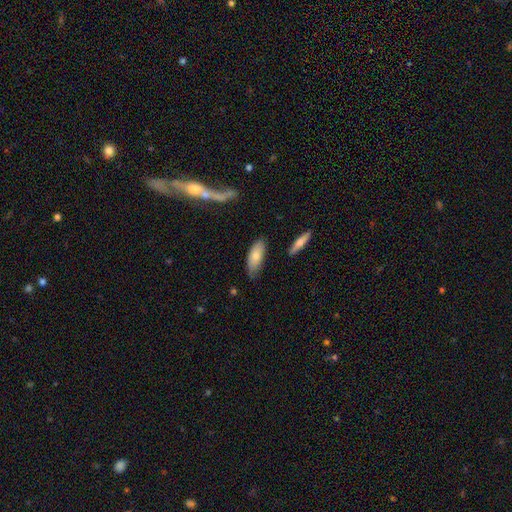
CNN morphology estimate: A smooth galaxy with no disk features (76%) that is in between round and cigar-shaped (78%).

Vote fractions:
- Smooth or featured? smooth: 76% / featured or disk: 18% / star or artifact: 6%
- How rounded? in between: 78% / cigar-shaped: 20% / round: 2%
- Merging? none: 67% / minor disturbance: 26% / major disturbance: 5% / merger: 3%